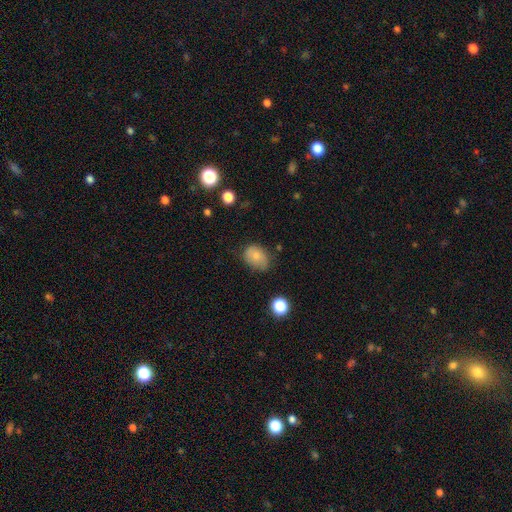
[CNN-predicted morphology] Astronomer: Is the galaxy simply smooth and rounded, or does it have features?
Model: smooth — 77%.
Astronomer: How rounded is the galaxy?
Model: in between — 72%.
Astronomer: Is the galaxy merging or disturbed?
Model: none — 60%.